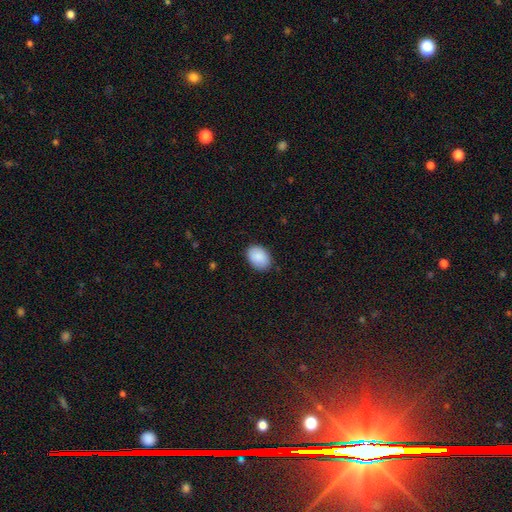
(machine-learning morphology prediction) Overall: smooth (90%). How rounded: in between (79%). Merging: none (86%).